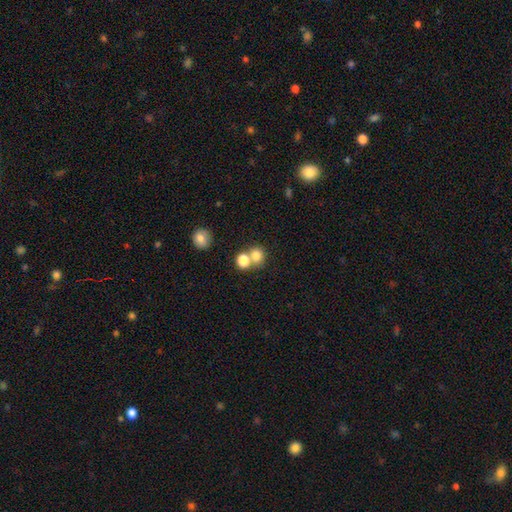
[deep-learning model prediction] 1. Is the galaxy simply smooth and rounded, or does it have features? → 78% smooth, 14% star or artifact, 8% featured or disk.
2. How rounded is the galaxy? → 77% round, 22% in between, 1% cigar-shaped.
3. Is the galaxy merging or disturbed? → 50% none, 40% merger, 7% minor disturbance, 3% major disturbance.